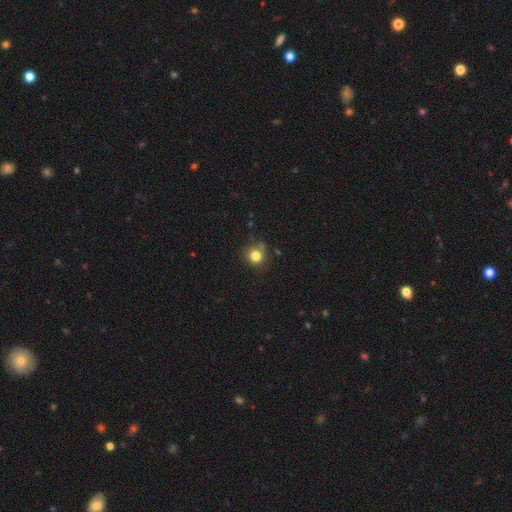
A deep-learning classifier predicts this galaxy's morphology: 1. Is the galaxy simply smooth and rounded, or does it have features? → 81% smooth, 12% star or artifact, 7% featured or disk.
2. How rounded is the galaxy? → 88% round, 11% in between, 1% cigar-shaped.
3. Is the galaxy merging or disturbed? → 74% none, 15% minor disturbance, 7% merger, 4% major disturbance.